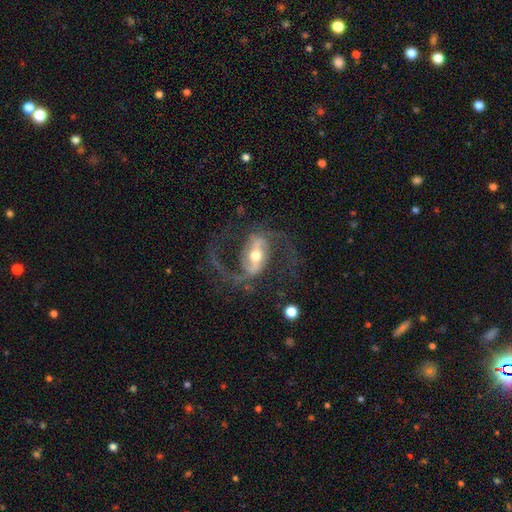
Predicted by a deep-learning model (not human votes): This appears to be a featured or disk galaxy (90%) with a strong bar (57%), 2 (93%) medium (47%) spiral arms (95%) and a moderate central bulge (69%). Merging: none (70%).